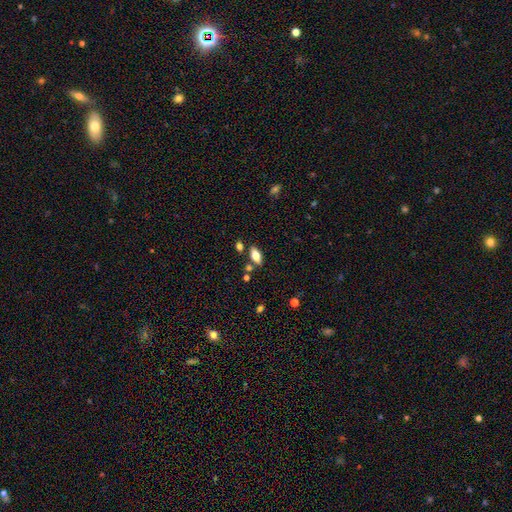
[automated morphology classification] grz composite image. It shows a smooth galaxy with no disk features (72%) that is in between round and cigar-shaped (87%). Merging: none (78%).